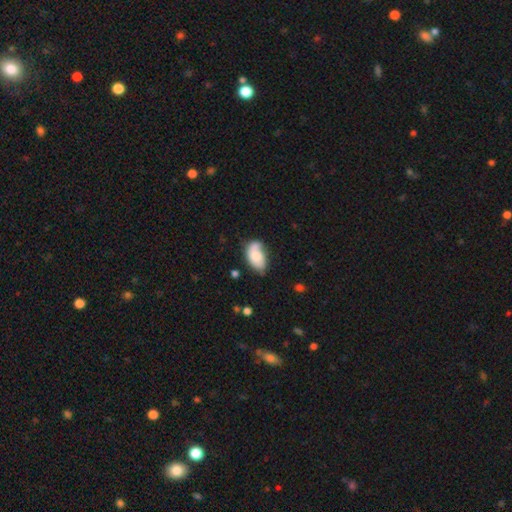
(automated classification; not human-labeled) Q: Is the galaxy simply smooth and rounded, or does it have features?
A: smooth — 63%.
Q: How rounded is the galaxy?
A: in between — 92%.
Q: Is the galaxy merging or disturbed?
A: none — 44%.